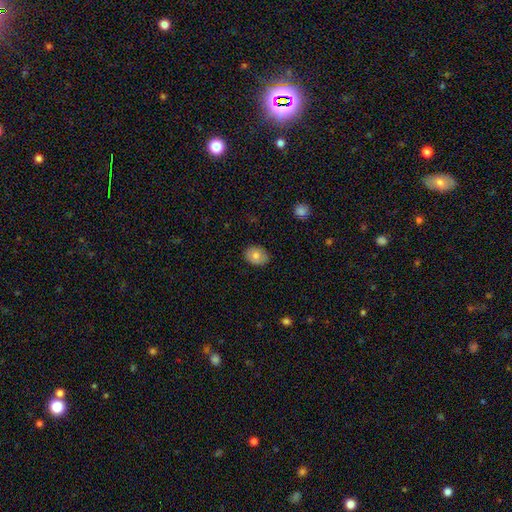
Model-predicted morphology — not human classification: This is likely a smooth galaxy (77%). How rounded: likely in between (63%). Merging: clearly none (86%).